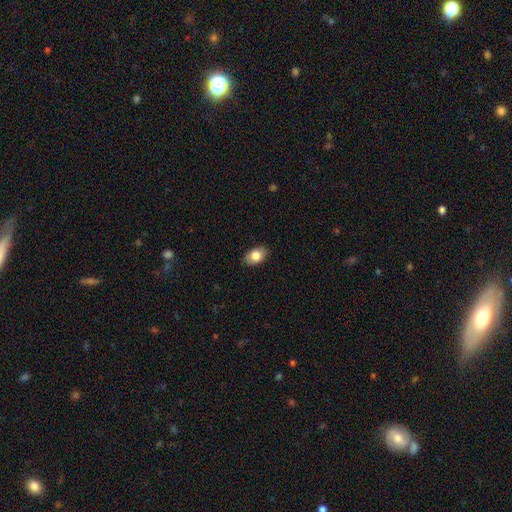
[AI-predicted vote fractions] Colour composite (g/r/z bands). It shows a smooth galaxy with no disk features (82%) that is in between round and cigar-shaped (86%). Merging: none (87%).